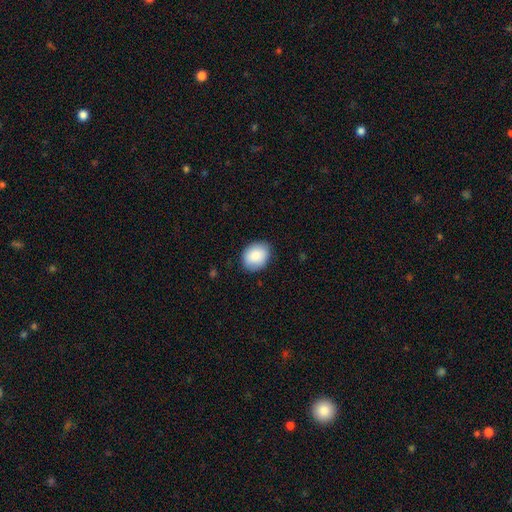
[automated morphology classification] A smooth galaxy with no disk features (87%) that is in between round and cigar-shaped (52%).

Vote fractions:
- Smooth or featured? smooth: 87% / star or artifact: 7% / featured or disk: 7%
- How rounded? in between: 52% / round: 47% / cigar-shaped: 1%
- Merging? none: 85% / minor disturbance: 11% / major disturbance: 2% / merger: 1%